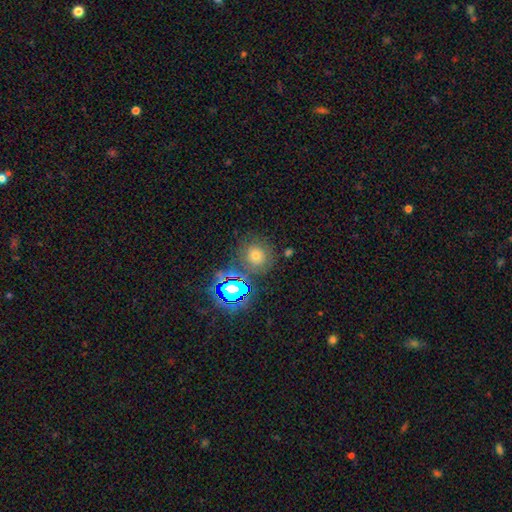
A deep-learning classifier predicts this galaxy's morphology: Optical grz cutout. It shows a smooth galaxy with no disk features (55%) that is round (89%). Merging: none (77%).